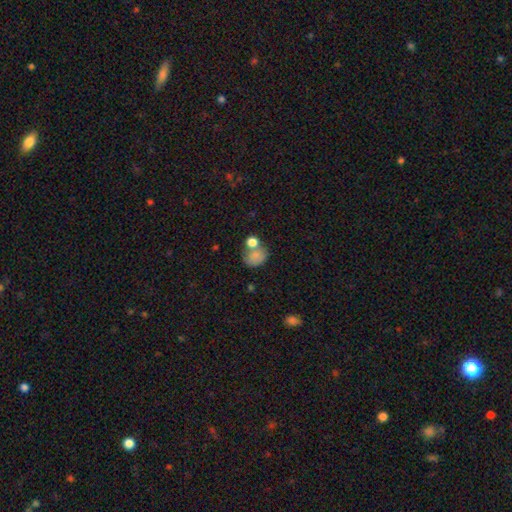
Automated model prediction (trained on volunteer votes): A smooth galaxy with no disk features (78%) that is round (56%).

Vote fractions:
- Smooth or featured? smooth: 78% / featured or disk: 11% / star or artifact: 11%
- How rounded? round: 56% / in between: 43% / cigar-shaped: 1%
- Merging? none: 40% / merger: 35% / minor disturbance: 16% / major disturbance: 9%